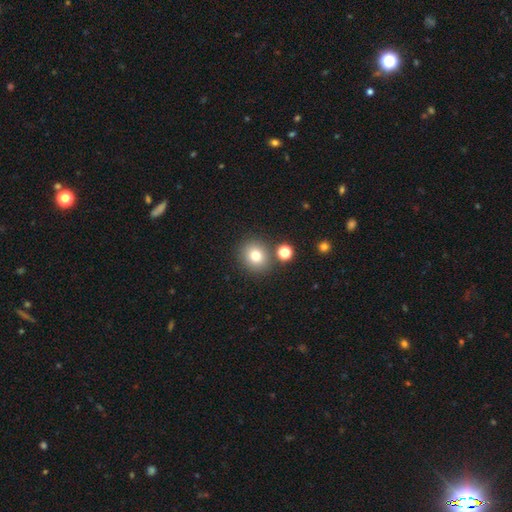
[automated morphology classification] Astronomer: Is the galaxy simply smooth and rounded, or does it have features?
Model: smooth — 78%.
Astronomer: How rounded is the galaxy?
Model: round — 79%.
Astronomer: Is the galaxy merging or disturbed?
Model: none — 81%.